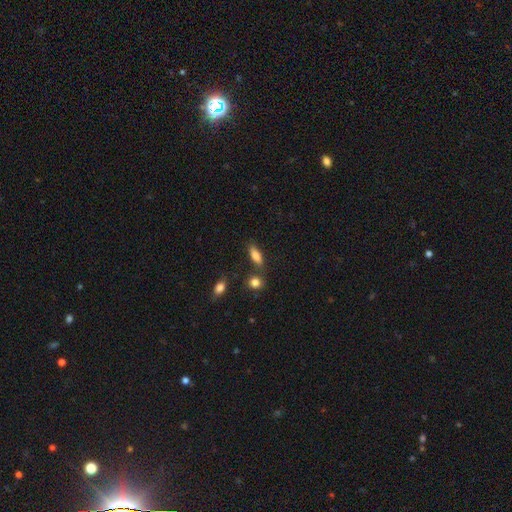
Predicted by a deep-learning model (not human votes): Smooth or featured? Predicted: smooth (p=0.81). How rounded? Predicted: in between (p=0.67). Merging? Predicted: none (p=0.75).